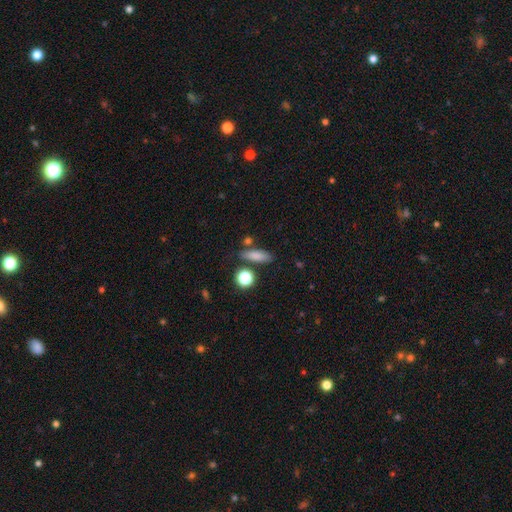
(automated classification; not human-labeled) Smooth or featured: smooth — 80% (featured or disk — 10%)
How rounded: cigar-shaped — 49% (in between — 42%)
Merging: none — 77% (minor disturbance — 12%)